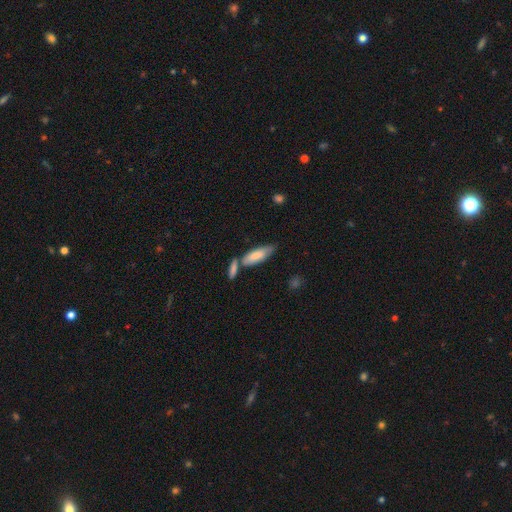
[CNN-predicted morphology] Smooth or featured? smooth (76%)
How rounded? in between (57%)
Merging? none (54%)